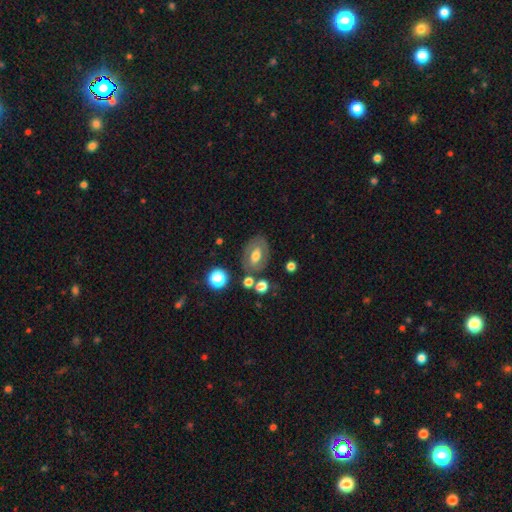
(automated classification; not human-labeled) The model was most divided on "smooth or featured": smooth: 48%, featured or disk: 43%, star or artifact: 9%. More confident: merging — none (70%).